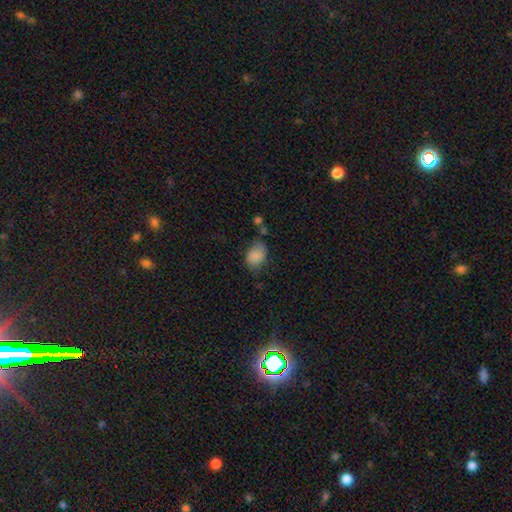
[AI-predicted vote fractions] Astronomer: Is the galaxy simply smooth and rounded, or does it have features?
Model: smooth — 83%.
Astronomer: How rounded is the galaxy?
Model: in between — 78%.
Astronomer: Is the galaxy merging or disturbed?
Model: none — 56%.